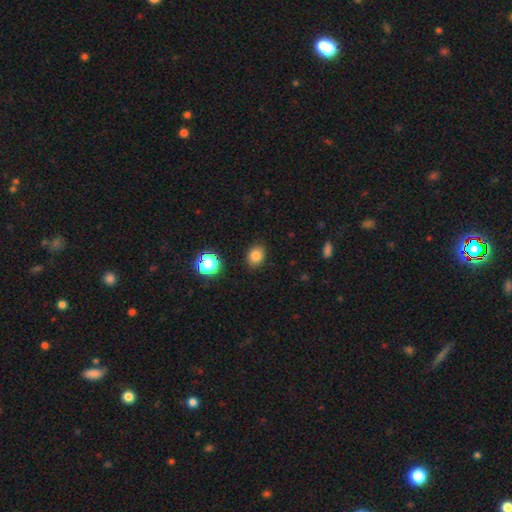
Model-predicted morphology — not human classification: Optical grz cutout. It shows a smooth galaxy with no disk features (82%) that is round (52%). Merging: none (87%).